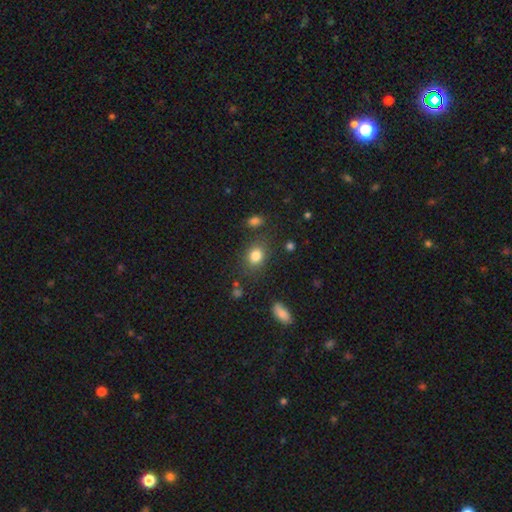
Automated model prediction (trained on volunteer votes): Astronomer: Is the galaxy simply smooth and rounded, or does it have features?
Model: smooth — 82%.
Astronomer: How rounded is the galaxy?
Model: round — 54% (runner-up: in between, 45%).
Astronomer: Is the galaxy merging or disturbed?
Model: none — 79%.